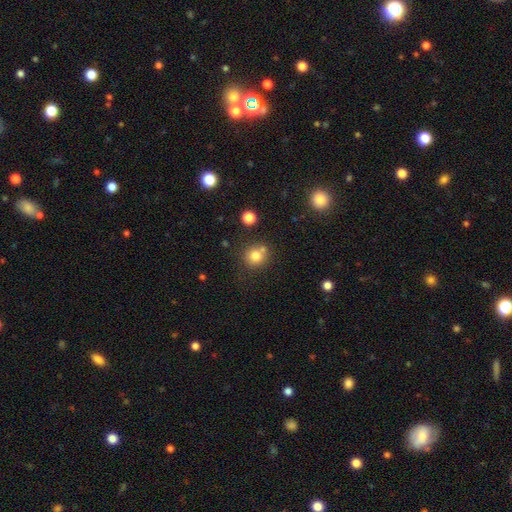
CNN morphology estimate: smooth-or-featured: smooth: 78% | star or artifact: 13% | featured or disk: 9%
  how-rounded: round: 89% | in between: 10% | cigar-shaped: 1%
  merging: none: 66% | merger: 20% | minor disturbance: 11% | major disturbance: 3%